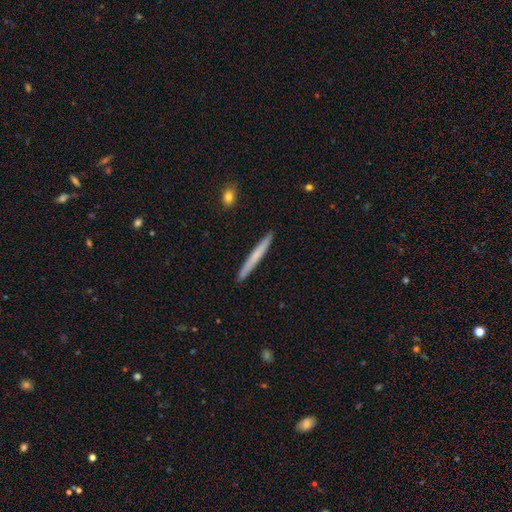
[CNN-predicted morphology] The model was most divided on "smooth or featured": smooth: 61%, featured or disk: 33%, star or artifact: 5%. More confident: how rounded — cigar-shaped (97%); merging — none (92%).